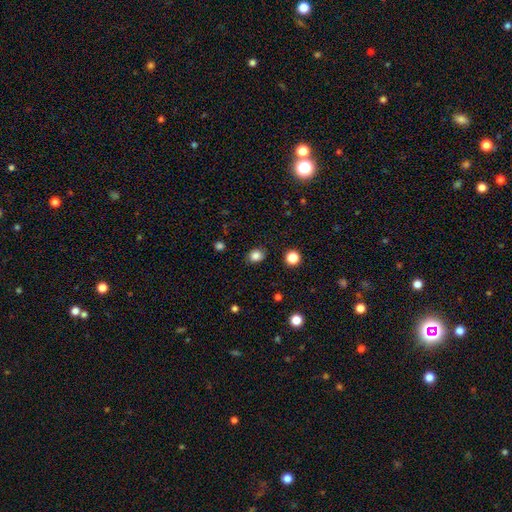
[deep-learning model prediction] Q: Smooth or featured?
A: smooth (84%); runner-up: star or artifact (12%)
Q: How rounded?
A: round (61%); runner-up: in between (38%)
Q: Merging?
A: none (85%); runner-up: minor disturbance (11%)